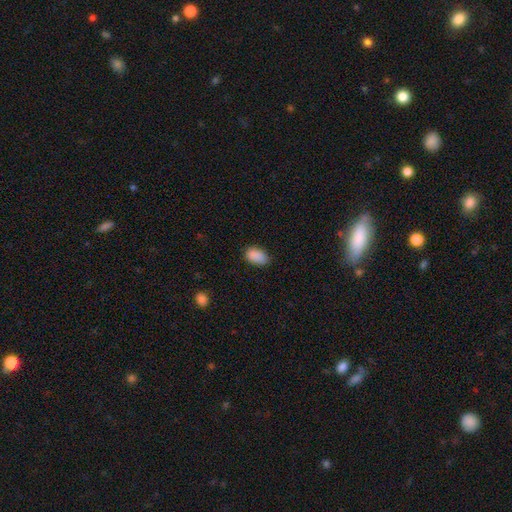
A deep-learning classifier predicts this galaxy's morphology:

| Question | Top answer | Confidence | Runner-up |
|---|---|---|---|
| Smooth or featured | smooth | 88% | star or artifact (9%) |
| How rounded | in between | 91% | round (7%) |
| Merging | none | 76% | minor disturbance (19%) |